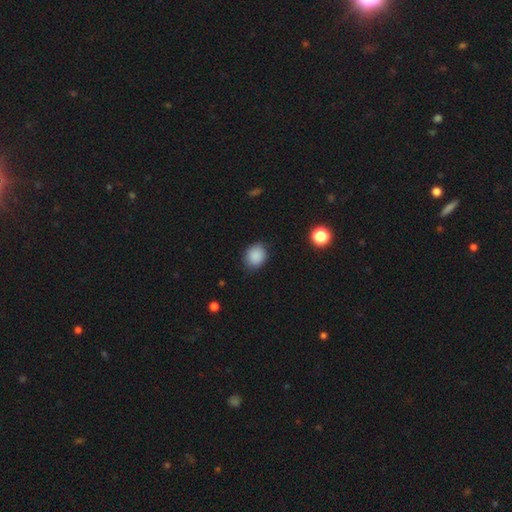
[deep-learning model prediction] Smooth or featured? smooth (88%)
How rounded? round (63%)
Merging? none (82%)